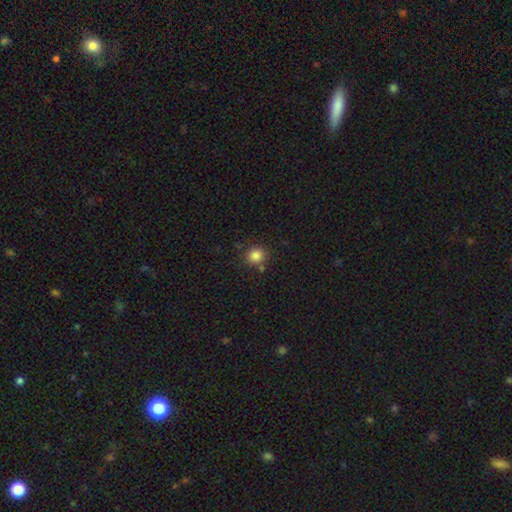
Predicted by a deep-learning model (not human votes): smooth-or-featured: smooth: 84% | star or artifact: 11% | featured or disk: 5%
  how-rounded: round: 86% | in between: 13% | cigar-shaped: 1%
  merging: none: 81% | minor disturbance: 9% | merger: 7% | major disturbance: 3%